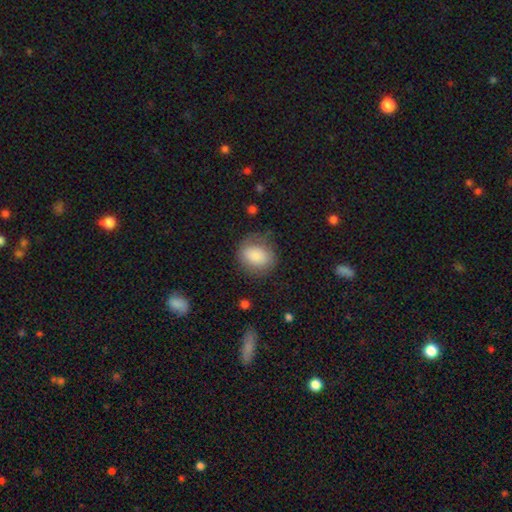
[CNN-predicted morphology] This appears to be a smooth galaxy with no disk features (81%) that is round (56%). Merging: none (62%).